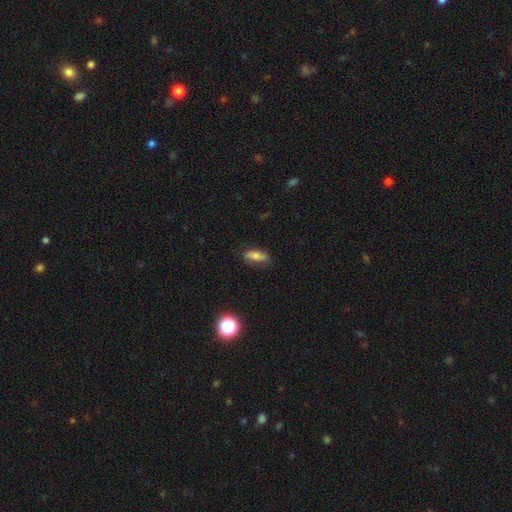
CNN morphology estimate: smooth-or-featured: smooth: 72% | featured or disk: 19% | star or artifact: 9%
  how-rounded: in between: 71% | cigar-shaped: 25% | round: 4%
  merging: none: 79% | minor disturbance: 17% | major disturbance: 3% | merger: 1%